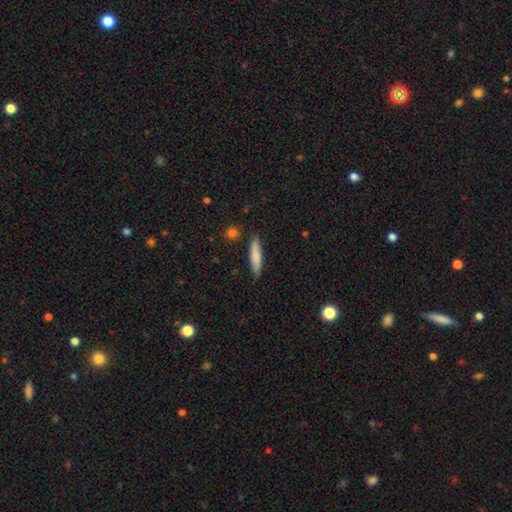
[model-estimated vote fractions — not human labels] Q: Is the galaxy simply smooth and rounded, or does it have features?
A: smooth — 81%.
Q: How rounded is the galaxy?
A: cigar-shaped — 79%.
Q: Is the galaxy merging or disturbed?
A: none — 83%.